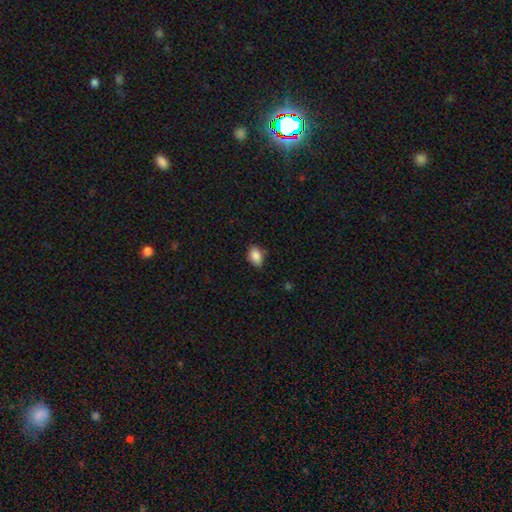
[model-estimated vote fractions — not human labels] smooth-or-featured: smooth: 87% | star or artifact: 8% | featured or disk: 5%
  how-rounded: in between: 82% | round: 17% | cigar-shaped: 1%
  merging: none: 78% | minor disturbance: 18% | major disturbance: 3% | merger: 1%